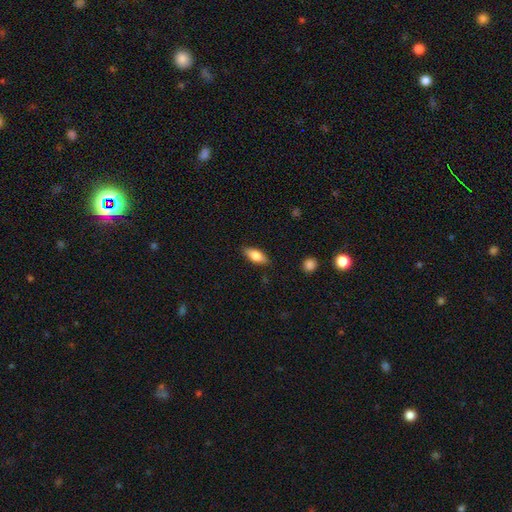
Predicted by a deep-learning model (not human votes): smooth-or-featured: smooth: 77% | featured or disk: 17% | star or artifact: 7%
  how-rounded: in between: 79% | cigar-shaped: 18% | round: 3%
  merging: none: 85% | minor disturbance: 11% | major disturbance: 2% | merger: 1%